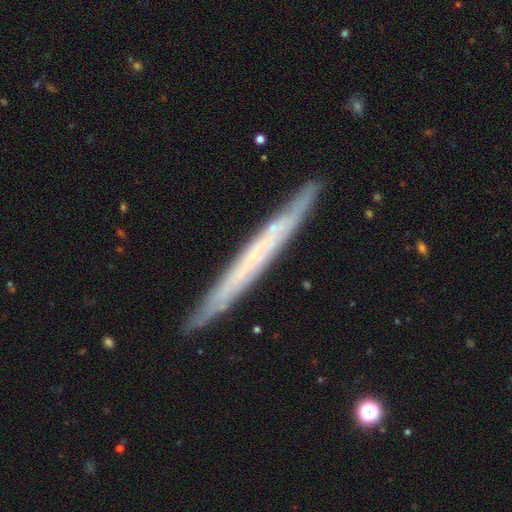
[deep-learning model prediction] smooth-or-featured: featured or disk: 62% | smooth: 32% | star or artifact: 6%
  disk-edge-on: yes: 91% | no: 9%
    edge-on-bulge: none: 86% | rounded: 11% | boxy: 4%
  merging: none: 88% | minor disturbance: 9% | major disturbance: 1% | merger: 1%